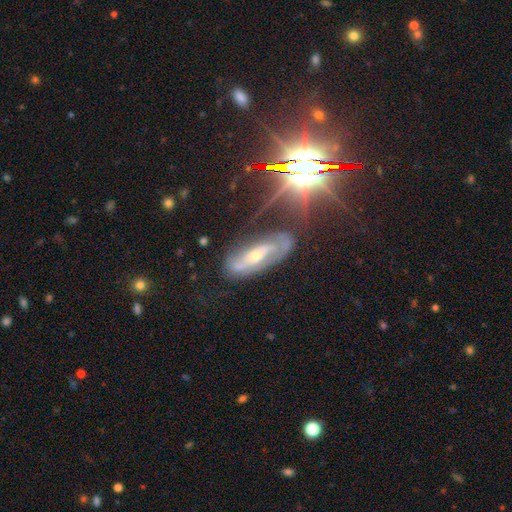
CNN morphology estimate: featured or disk 70%, smooth 15%, star or artifact 15%. Down the decision tree: edge-on disk — no (80%); bar — no (43%); spiral arms — yes (78%); bulge size — small (56%); merging — none (65%).